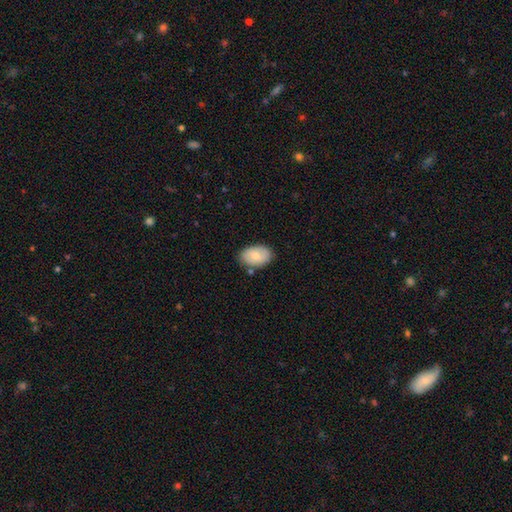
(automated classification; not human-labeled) Overall: smooth (78%). How rounded: in between (90%). Merging: none (79%).